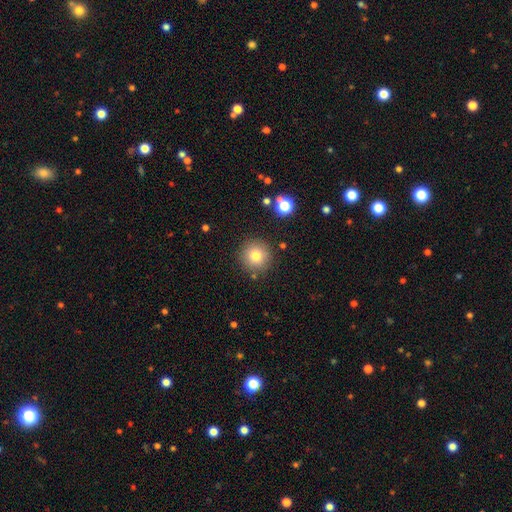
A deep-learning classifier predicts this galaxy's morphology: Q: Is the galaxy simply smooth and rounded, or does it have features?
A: smooth — 78%.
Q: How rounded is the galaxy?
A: round — 95%.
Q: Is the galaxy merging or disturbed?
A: none — 87%.